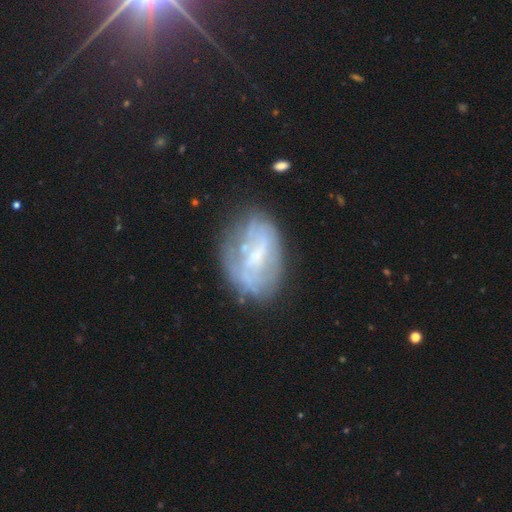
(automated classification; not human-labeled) Smooth or featured? featured or disk (62%)
Edge-on disk? no (96%)
Bar? weak (43%)
Spiral arms? no (55%)
Bulge size? small (42%)
Merging? none (57%)